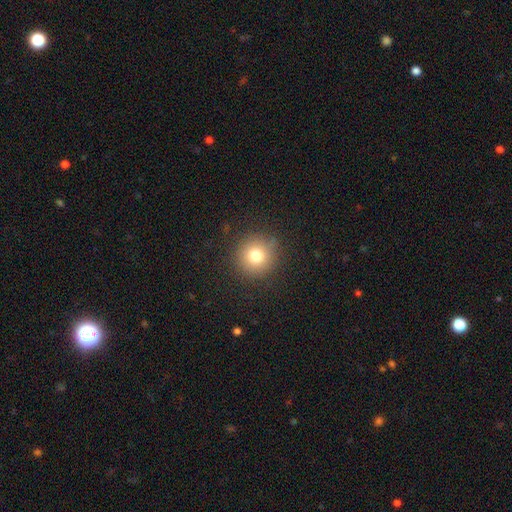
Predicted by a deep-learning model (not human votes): This is likely a smooth galaxy (77%). How rounded: clearly round (94%). Merging: clearly none (88%).